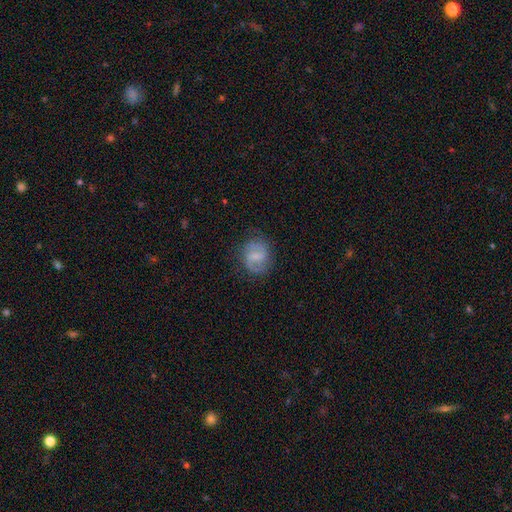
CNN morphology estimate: smooth_or_featured: featured or disk (p=0.64) [alt: smooth p=0.28]
disk_edge_on: no (p=0.98) [alt: yes p=0.02]
bar: weak (p=0.56) [alt: no p=0.27]
has_spiral_arms: yes (p=0.89) [alt: no p=0.11]
spiral_winding: medium (p=0.50) [alt: loose p=0.30]
spiral_arm_count: 2 (p=0.83) [alt: can't tell p=0.09]
bulge_size: small (p=0.55) [alt: moderate p=0.27]
merging: none (p=0.74) [alt: minor disturbance p=0.18]